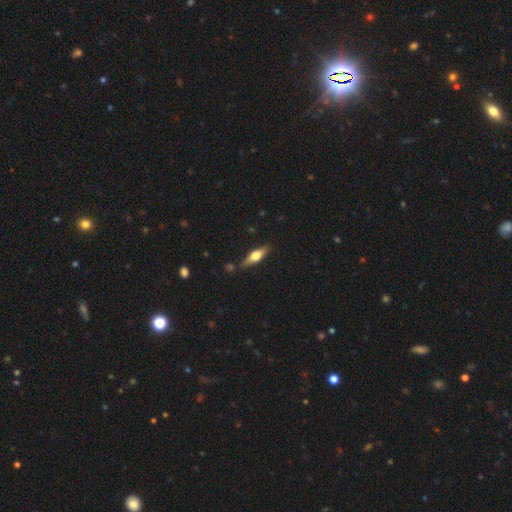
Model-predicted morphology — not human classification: type=featured or disk (53%); edge-on=yes (92%); merging=none (82%).